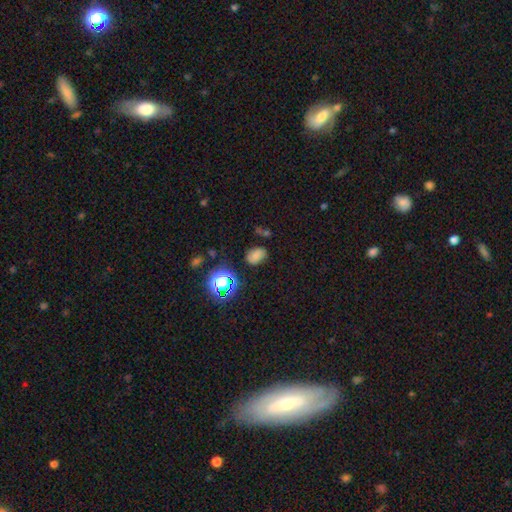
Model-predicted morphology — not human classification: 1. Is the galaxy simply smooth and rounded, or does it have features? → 67% smooth, 21% star or artifact, 12% featured or disk.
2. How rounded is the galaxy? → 72% in between, 27% round, 1% cigar-shaped.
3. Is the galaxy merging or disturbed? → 71% none, 19% minor disturbance, 6% major disturbance, 4% merger.